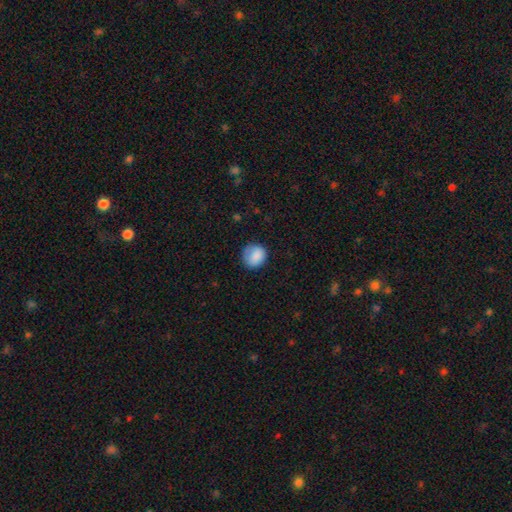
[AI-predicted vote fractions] Q: Smooth or featured?
A: smooth (85%); runner-up: star or artifact (8%)
Q: How rounded?
A: round (82%); runner-up: in between (17%)
Q: Merging?
A: none (75%); runner-up: minor disturbance (18%)